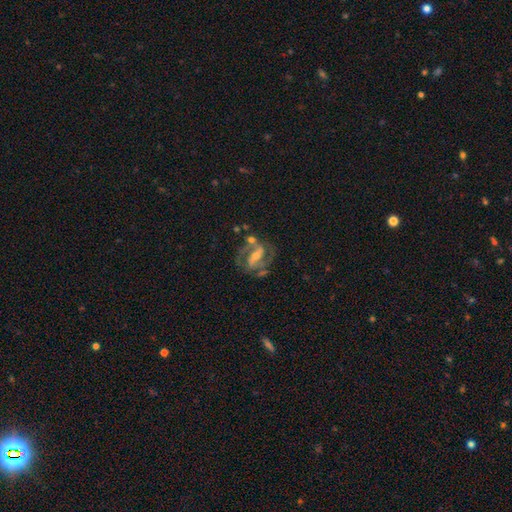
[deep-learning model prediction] featured or disk 84%, smooth 9%, star or artifact 6%. Down the decision tree: edge-on disk — no (96%); bar — strong (51%); spiral arms — yes (92%); spiral arm count — 2 (84%); spiral winding — medium (55%); bulge size — small (48%); merging — none (59%).